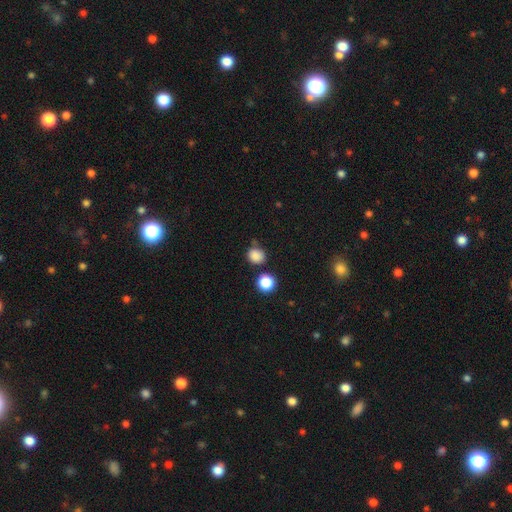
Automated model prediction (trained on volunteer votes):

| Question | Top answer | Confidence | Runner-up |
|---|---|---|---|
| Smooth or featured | smooth | 84% | star or artifact (12%) |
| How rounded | round | 75% | in between (24%) |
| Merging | none | 71% | minor disturbance (16%) |